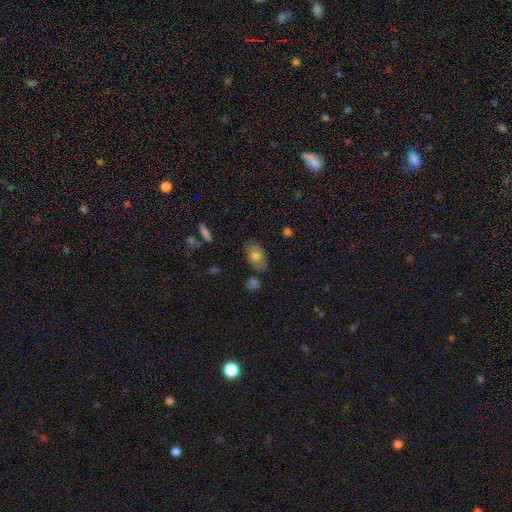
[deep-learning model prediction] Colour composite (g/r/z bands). It shows a smooth galaxy with no disk features (72%) that is in between round and cigar-shaped (83%). Merging: none (70%).